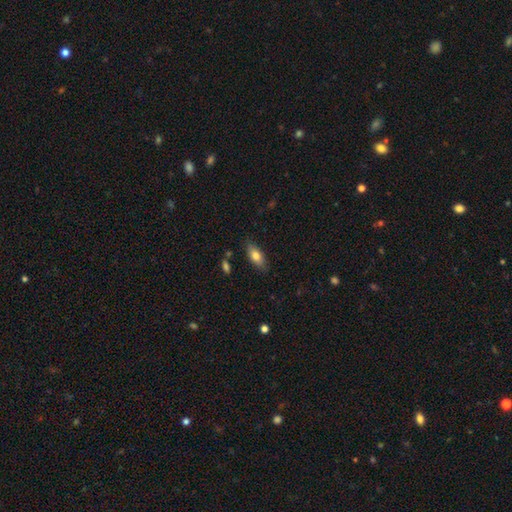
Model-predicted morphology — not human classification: This appears to be a smooth galaxy with no disk features (75%) that is in between round and cigar-shaped (83%). Merging: none (83%).